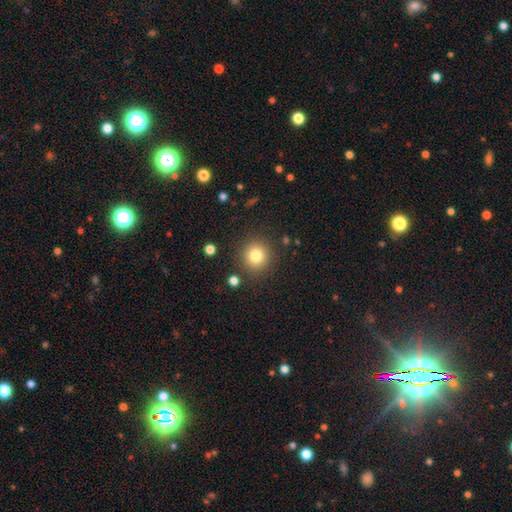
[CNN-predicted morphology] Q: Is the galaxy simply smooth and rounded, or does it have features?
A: smooth — 80%.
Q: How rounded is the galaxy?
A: round — 92%.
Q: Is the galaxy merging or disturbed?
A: none — 87%.